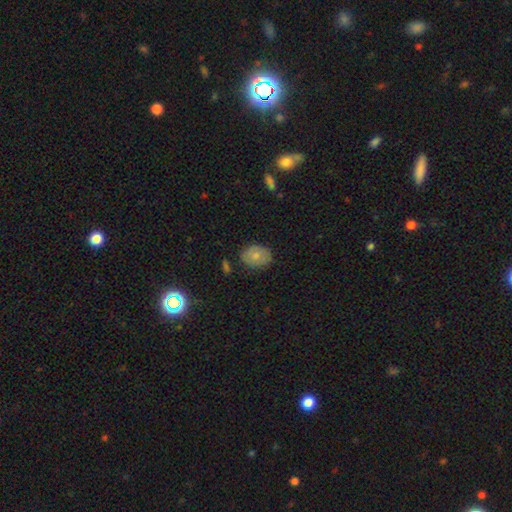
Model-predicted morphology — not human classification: type=smooth (73%); roundness=in between (64%); merging=none (77%).